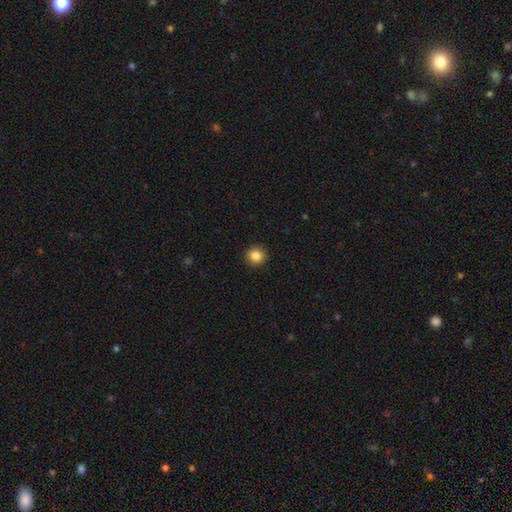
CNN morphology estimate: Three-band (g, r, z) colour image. It shows a smooth galaxy with no disk features (86%) that is round (91%). Merging: none (92%).